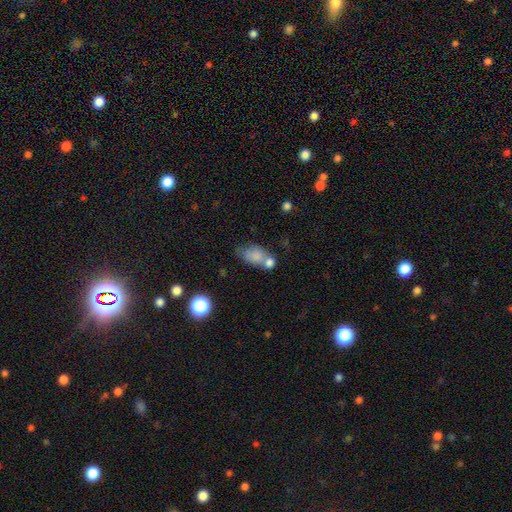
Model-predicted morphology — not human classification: smooth-or-featured: smooth: 77% | featured or disk: 14% | star or artifact: 10%
  how-rounded: in between: 83% | round: 15% | cigar-shaped: 2%
  merging: merger: 44% | none: 32% | minor disturbance: 16% | major disturbance: 9%